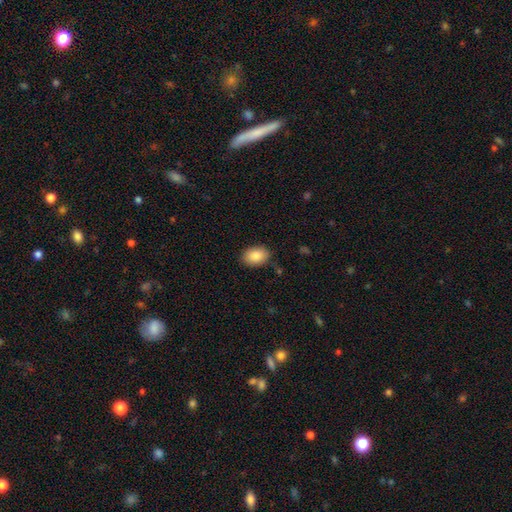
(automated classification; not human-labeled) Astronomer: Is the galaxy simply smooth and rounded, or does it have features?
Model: smooth — 87%.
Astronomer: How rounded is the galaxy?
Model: in between — 81%.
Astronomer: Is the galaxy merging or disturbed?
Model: none — 85%.